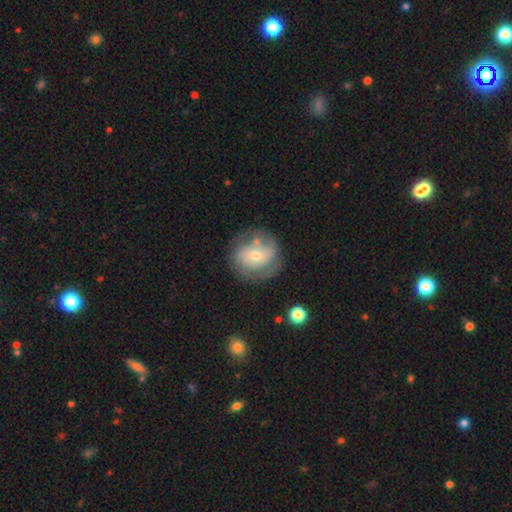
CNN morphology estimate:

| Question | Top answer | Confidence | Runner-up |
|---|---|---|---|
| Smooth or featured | featured or disk | 60% | smooth (32%) |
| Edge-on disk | no | 97% | yes (3%) |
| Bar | no | 60% | weak (31%) |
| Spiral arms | yes | 69% | no (31%) |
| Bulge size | moderate | 56% | small (38%) |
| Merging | none | 61% | minor disturbance (22%) |